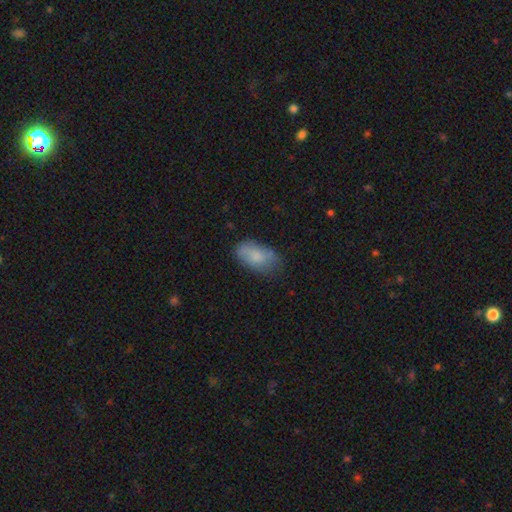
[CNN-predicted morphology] Overall: smooth (81%). How rounded: in between (93%). Merging: none (64%; minor disturbance 27%).